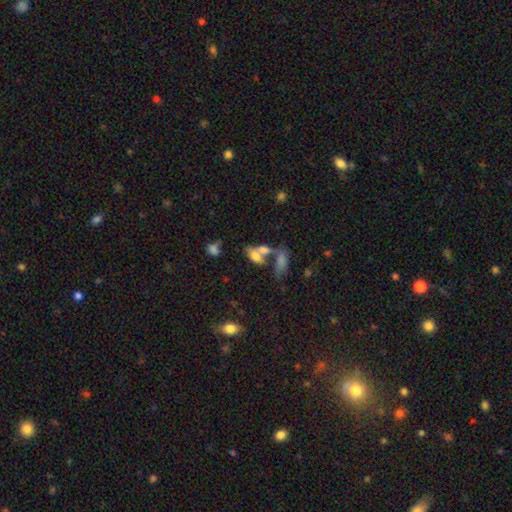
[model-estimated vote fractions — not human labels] Smooth or featured?
  - smooth: 66% *
  - featured or disk: 23%
  - star or artifact: 12%
How rounded?
  - in between: 83% *
  - cigar-shaped: 11%
  - round: 7%
Merging?
  - merger: 49% *
  - none: 32%
  - minor disturbance: 11%
  - major disturbance: 8%